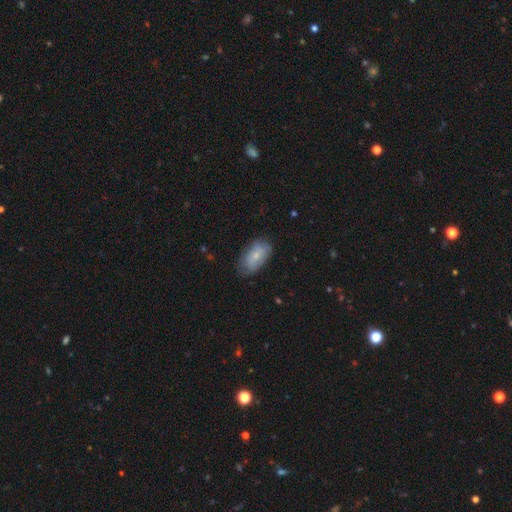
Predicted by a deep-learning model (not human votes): Smooth or featured? smooth (66%)
How rounded? in between (92%)
Merging? none (65%)